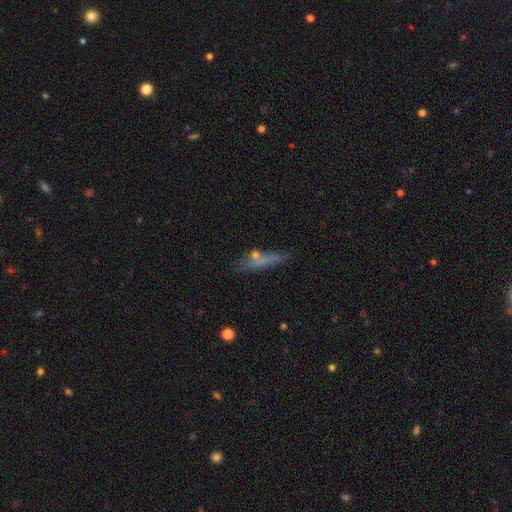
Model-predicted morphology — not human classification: Smooth or featured? smooth (60%)
How rounded? cigar-shaped (59%)
Merging? none (56%)